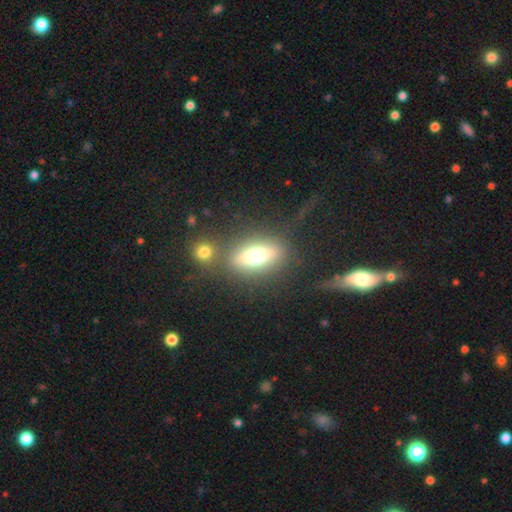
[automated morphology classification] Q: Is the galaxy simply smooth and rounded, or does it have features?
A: smooth — 61%.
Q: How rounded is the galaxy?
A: in between — 72%.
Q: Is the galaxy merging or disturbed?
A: none — 70%.